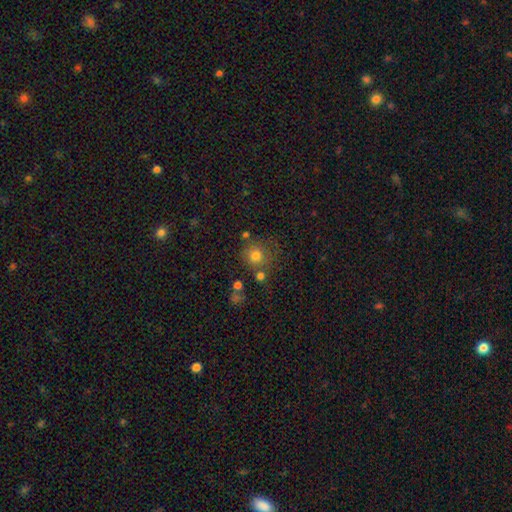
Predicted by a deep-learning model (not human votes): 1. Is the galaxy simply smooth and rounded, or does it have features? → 77% smooth, 13% star or artifact, 10% featured or disk.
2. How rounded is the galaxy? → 88% round, 11% in between, 1% cigar-shaped.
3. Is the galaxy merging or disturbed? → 68% none, 14% minor disturbance, 13% merger, 6% major disturbance.